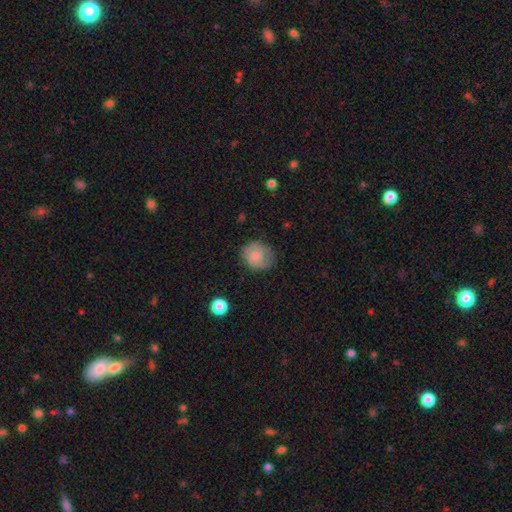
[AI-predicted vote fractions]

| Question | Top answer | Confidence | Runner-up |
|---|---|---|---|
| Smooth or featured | smooth | 67% | featured or disk (25%) |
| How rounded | round | 76% | in between (23%) |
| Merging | none | 67% | minor disturbance (23%) |